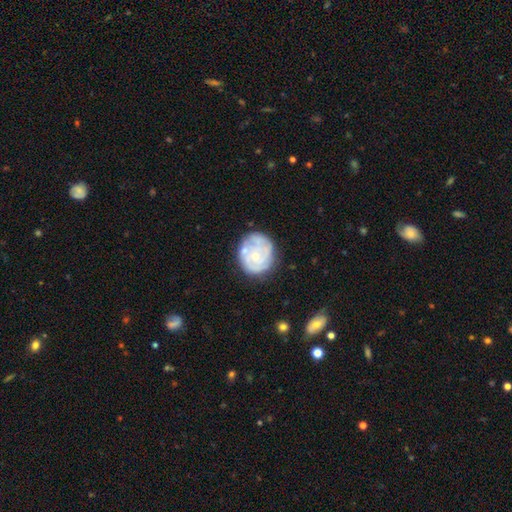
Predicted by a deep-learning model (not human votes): smooth-or-featured: featured or disk: 70% | smooth: 24% | star or artifact: 6%
  disk-edge-on: no: 98% | yes: 2%
    bar: no: 83% | weak: 14% | strong: 3%
    has-spiral-arms: yes: 70% | no: 30%
    bulge-size: small: 60% | moderate: 35% | none: 2% | large: 1% | dominant: 1%
  merging: none: 64% | minor disturbance: 22% | major disturbance: 9% | merger: 5%